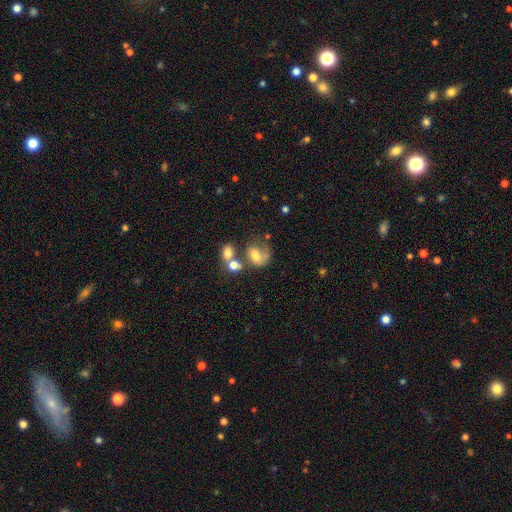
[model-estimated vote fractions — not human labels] Smooth or featured? smooth (50%)
How rounded? in between (58%)
Merging? merger (35%)